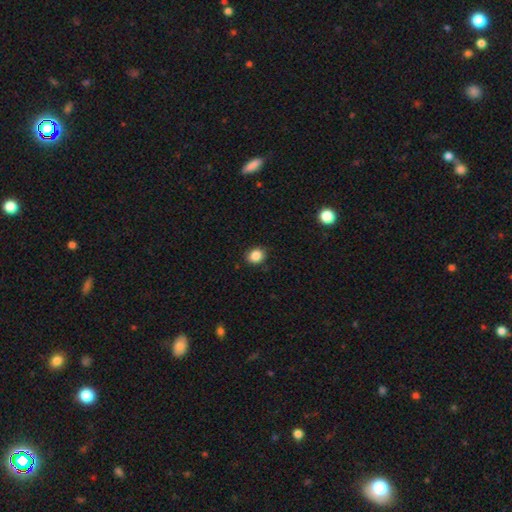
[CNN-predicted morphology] A smooth galaxy with no disk features (86%) that is round (69%). Merging: none (88%).